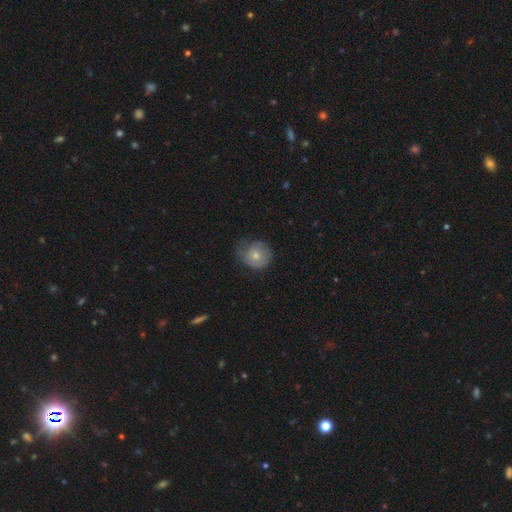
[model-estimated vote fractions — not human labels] Smooth or featured? Predicted: smooth (p=0.70). How rounded? Predicted: round (p=0.82). Merging? Predicted: none (p=0.47).